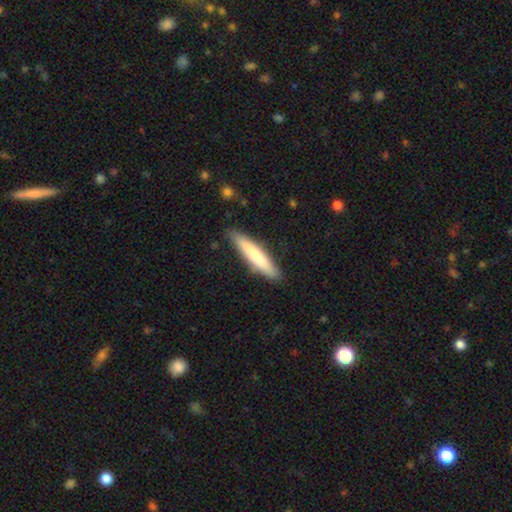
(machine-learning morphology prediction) A smooth galaxy with no disk features (71%) that is cigar-shaped (89%). Merging: none (86%).